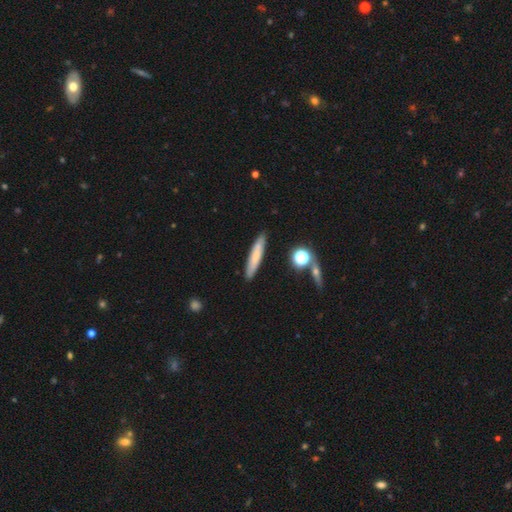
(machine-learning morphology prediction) Q: Smooth or featured?
A: smooth (71%); runner-up: featured or disk (21%)
Q: How rounded?
A: cigar-shaped (90%); runner-up: in between (8%)
Q: Merging?
A: none (87%); runner-up: minor disturbance (9%)